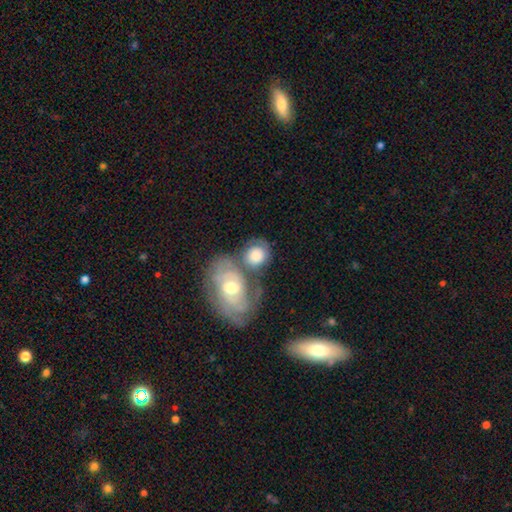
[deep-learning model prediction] Smooth or featured: smooth — 57% (featured or disk — 36%)
How rounded: round — 64% (in between — 35%)
Merging: merger — 42% (none — 36%)